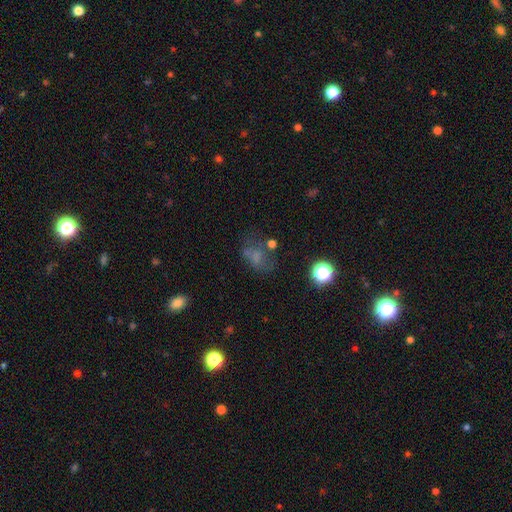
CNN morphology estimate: The model was most divided on "merging": none: 46%, major disturbance: 24%, minor disturbance: 21%, merger: 10%. More confident: how rounded — in between (67%); smooth or featured — smooth (50%).